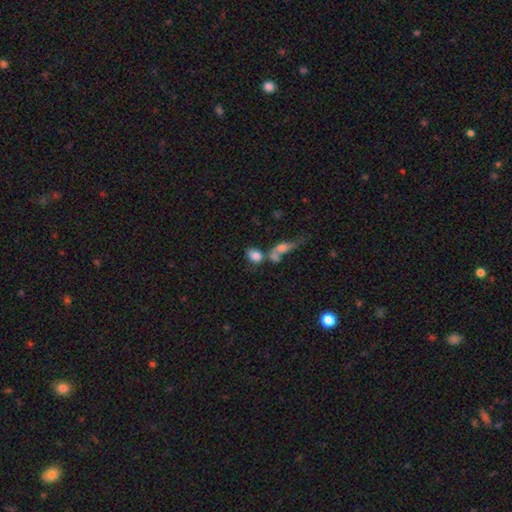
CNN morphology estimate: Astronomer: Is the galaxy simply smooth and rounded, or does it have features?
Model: smooth — 77%.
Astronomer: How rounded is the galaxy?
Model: in between — 73%.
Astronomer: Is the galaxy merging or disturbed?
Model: merger — 57%.